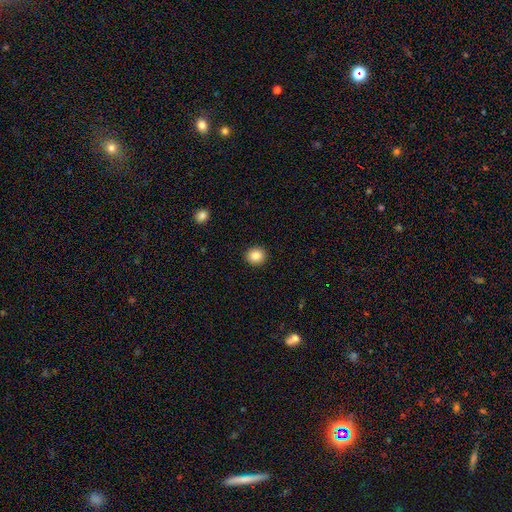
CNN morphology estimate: Smooth or featured? Predicted: smooth (p=0.86). How rounded? Predicted: round (p=0.85). Merging? Predicted: none (p=0.92).